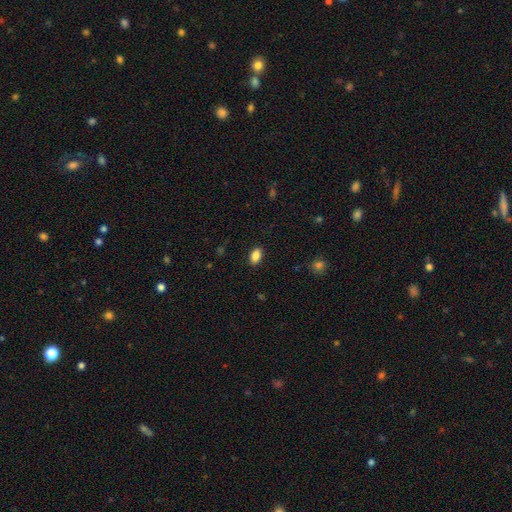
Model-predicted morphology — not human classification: Smooth or featured?
  - smooth: 86% *
  - star or artifact: 9%
  - featured or disk: 5%
How rounded?
  - in between: 90% *
  - round: 7%
  - cigar-shaped: 3%
Merging?
  - none: 88% *
  - minor disturbance: 9%
  - major disturbance: 2%
  - merger: 1%